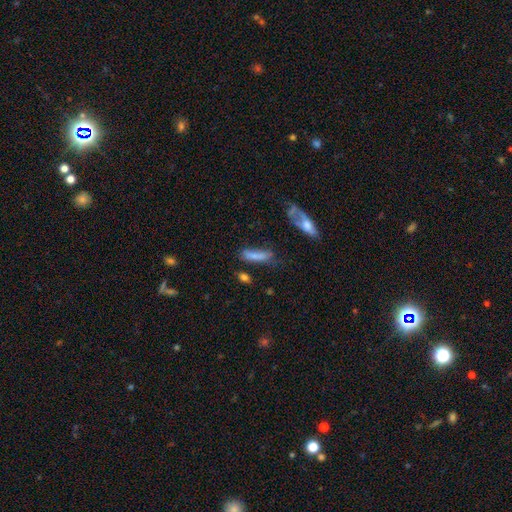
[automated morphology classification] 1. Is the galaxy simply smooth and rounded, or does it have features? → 75% smooth, 17% featured or disk, 8% star or artifact.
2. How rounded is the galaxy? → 62% cigar-shaped, 35% in between, 2% round.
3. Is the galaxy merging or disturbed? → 50% none, 26% minor disturbance, 13% major disturbance, 11% merger.